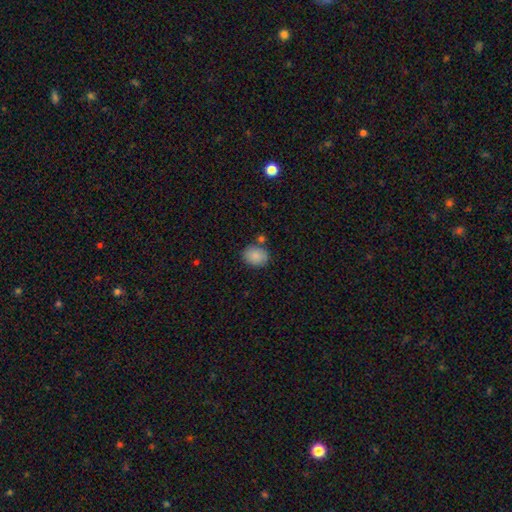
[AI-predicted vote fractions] Morphology: type=smooth (88%); roundness=in between (52%); merging=none (74%).